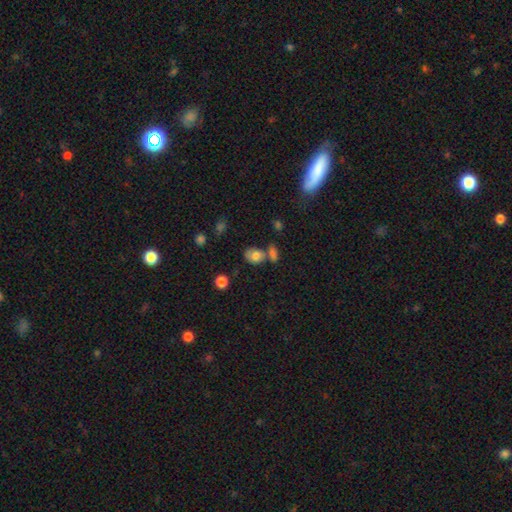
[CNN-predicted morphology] A smooth galaxy with no disk features (77%) that is in between round and cigar-shaped (63%). Merging: none (51%).